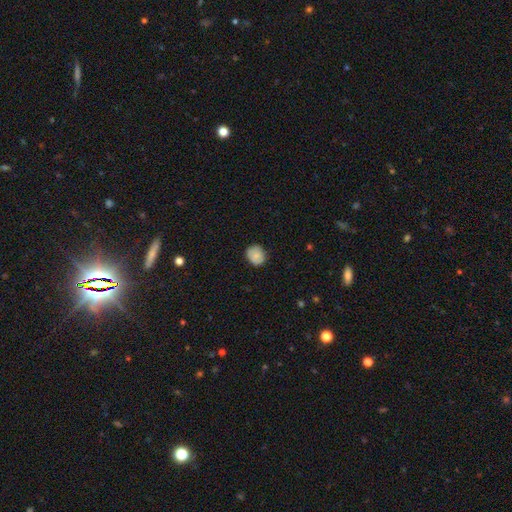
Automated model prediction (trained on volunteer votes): smooth 81%, featured or disk 11%, star or artifact 8%. Down the decision tree: how rounded — round (69%); merging — none (80%).